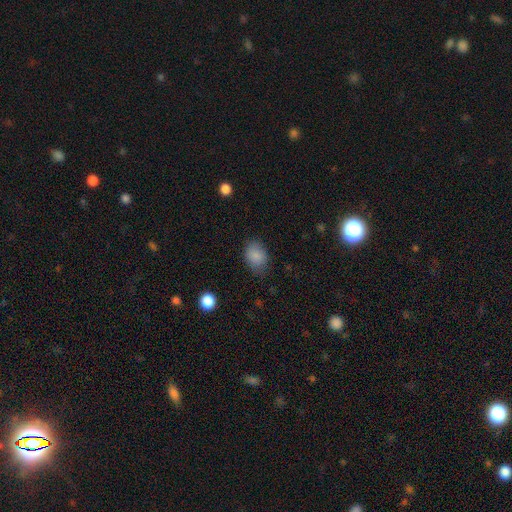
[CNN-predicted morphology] Q: Smooth or featured?
A: smooth (87%); runner-up: star or artifact (9%)
Q: How rounded?
A: in between (70%); runner-up: round (29%)
Q: Merging?
A: none (75%); runner-up: minor disturbance (19%)